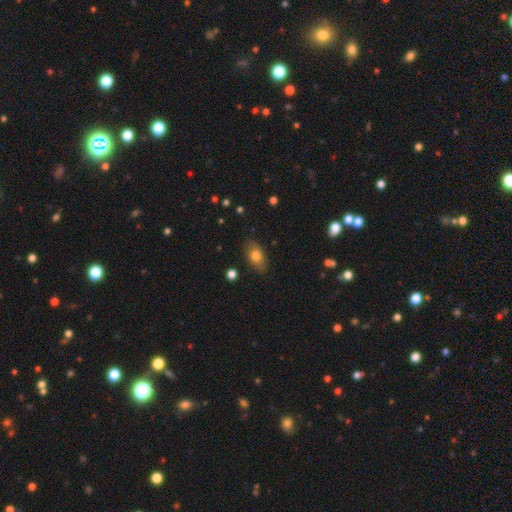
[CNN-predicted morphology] Q: Smooth or featured?
A: smooth (75%); runner-up: featured or disk (16%)
Q: How rounded?
A: in between (87%); runner-up: round (10%)
Q: Merging?
A: none (84%); runner-up: minor disturbance (12%)